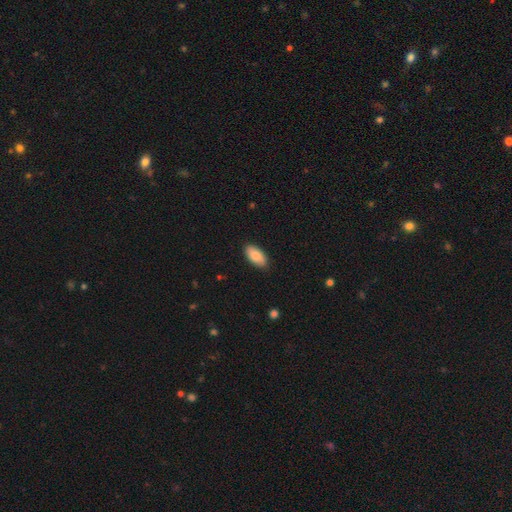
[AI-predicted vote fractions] Smooth or featured?
  - smooth: 85% *
  - featured or disk: 9%
  - star or artifact: 6%
How rounded?
  - in between: 92% *
  - cigar-shaped: 6%
  - round: 2%
Merging?
  - none: 88% *
  - minor disturbance: 9%
  - major disturbance: 2%
  - merger: 1%